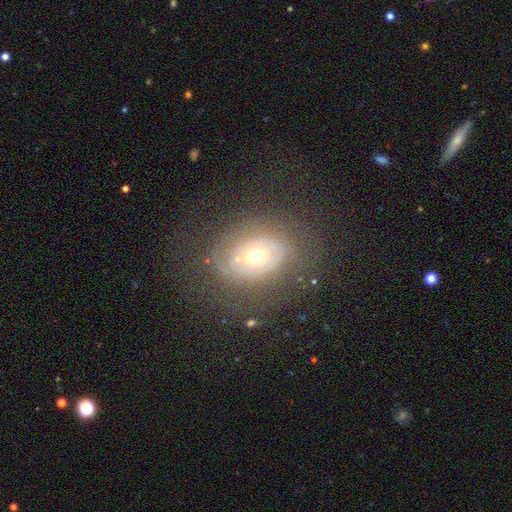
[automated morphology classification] type=featured or disk (54%); edge-on=no (94%); bar=no (87%); spiral arms=no (62%); bulge=moderate (71%); merging=none (64%).